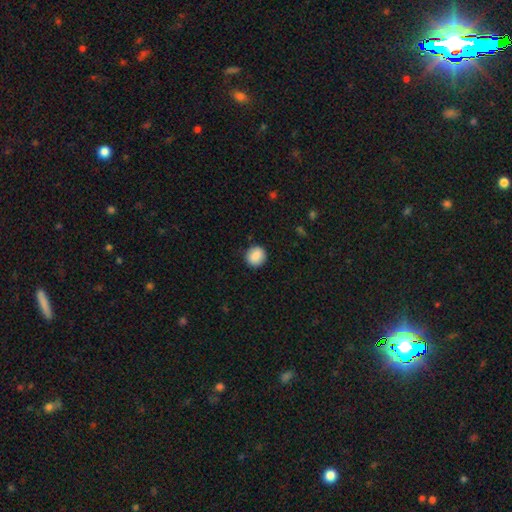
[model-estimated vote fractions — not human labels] Smooth or featured: smooth — 88% (star or artifact — 8%)
How rounded: round — 81% (in between — 18%)
Merging: none — 88% (minor disturbance — 9%)